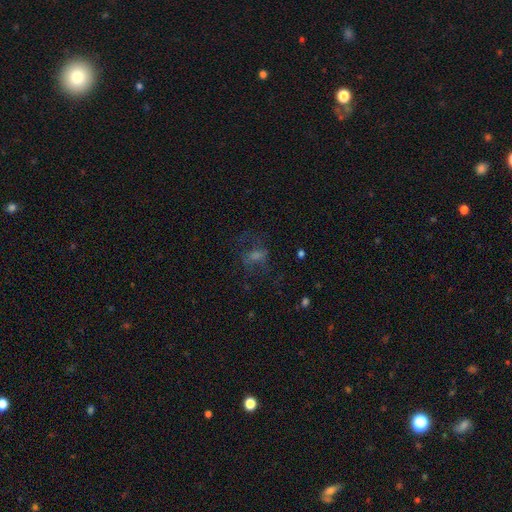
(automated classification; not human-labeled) featured or disk 37%, smooth 34%, star or artifact 30%. Down the decision tree: merging — none (53%).